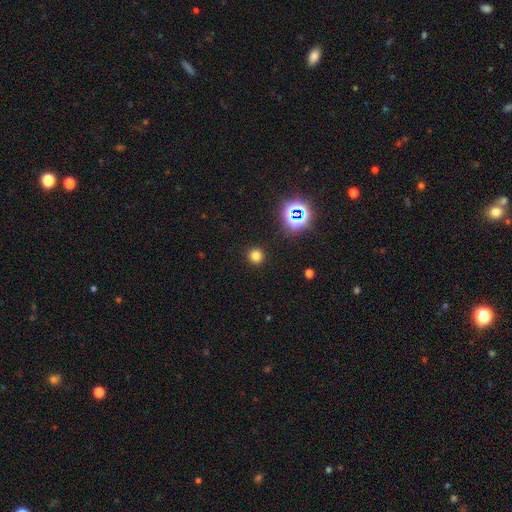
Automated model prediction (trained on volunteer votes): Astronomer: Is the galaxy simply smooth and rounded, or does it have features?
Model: smooth — 74%.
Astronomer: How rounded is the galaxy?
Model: round — 94%.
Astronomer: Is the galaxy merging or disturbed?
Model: none — 91%.